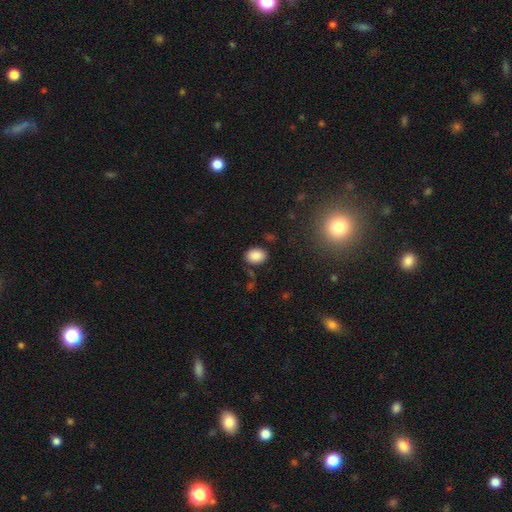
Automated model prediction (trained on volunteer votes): Q: Smooth or featured?
A: smooth (86%); runner-up: star or artifact (9%)
Q: How rounded?
A: in between (66%); runner-up: round (33%)
Q: Merging?
A: none (81%); runner-up: minor disturbance (13%)